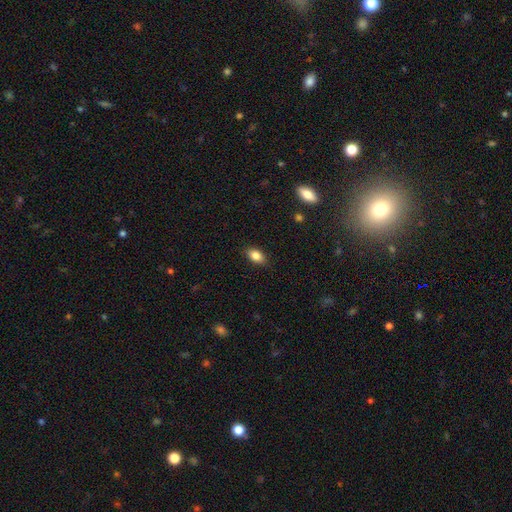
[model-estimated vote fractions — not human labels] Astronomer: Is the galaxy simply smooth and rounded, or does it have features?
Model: smooth — 85%.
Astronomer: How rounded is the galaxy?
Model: in between — 87%.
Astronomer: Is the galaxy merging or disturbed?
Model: none — 86%.